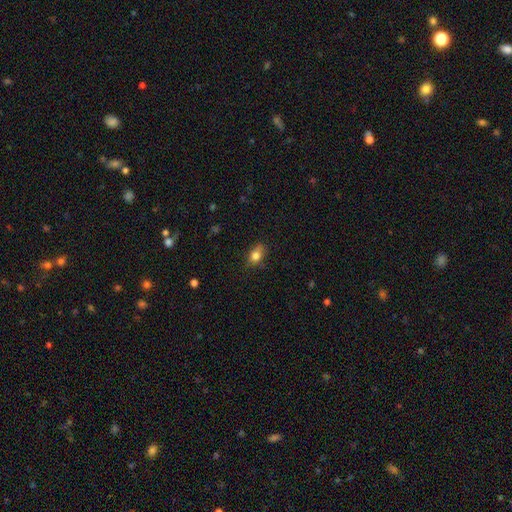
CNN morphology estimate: Smooth or featured? Predicted: smooth (p=0.81). How rounded? Predicted: in between (p=0.66). Merging? Predicted: none (p=0.68).